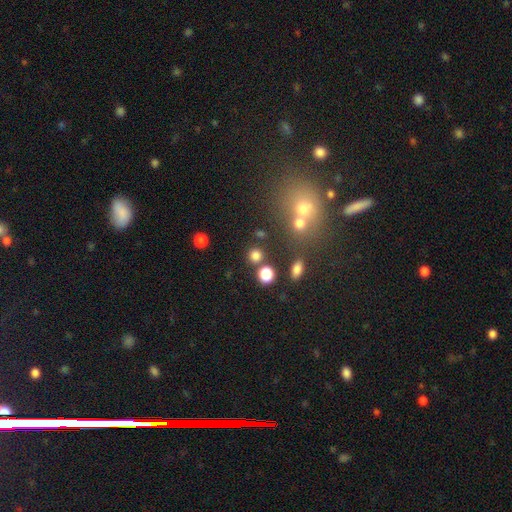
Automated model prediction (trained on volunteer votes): Overall: smooth (77%). How rounded: round (89%). Merging: none (78%).